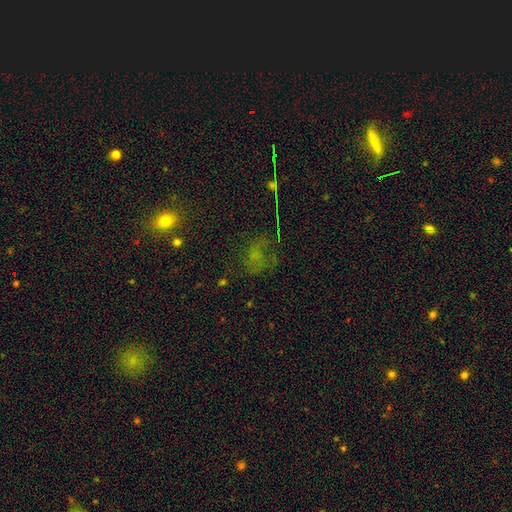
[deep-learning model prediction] Q: Smooth or featured?
A: smooth (39%); runner-up: star or artifact (34%)
Q: Merging?
A: none (43%); runner-up: major disturbance (32%)